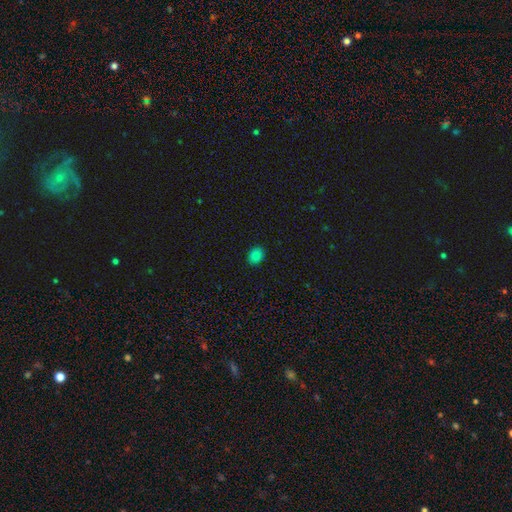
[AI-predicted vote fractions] Smooth or featured? Predicted: smooth (p=0.84). How rounded? Predicted: in between (p=0.53). Merging? Predicted: none (p=0.90).